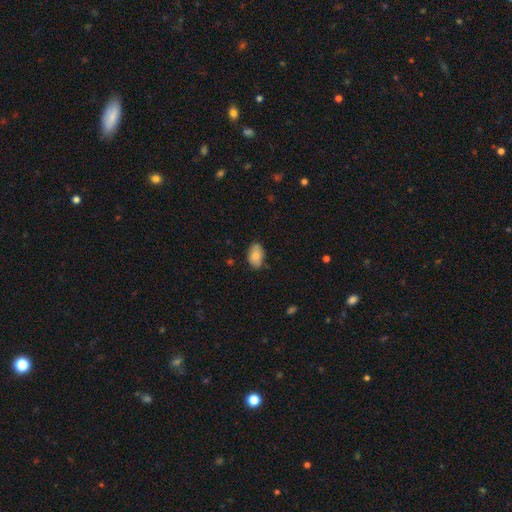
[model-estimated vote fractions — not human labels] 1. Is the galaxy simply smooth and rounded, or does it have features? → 81% smooth, 12% featured or disk, 7% star or artifact.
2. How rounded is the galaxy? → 91% in between, 8% round, 1% cigar-shaped.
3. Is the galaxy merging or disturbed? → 78% none, 18% minor disturbance, 3% major disturbance, 1% merger.